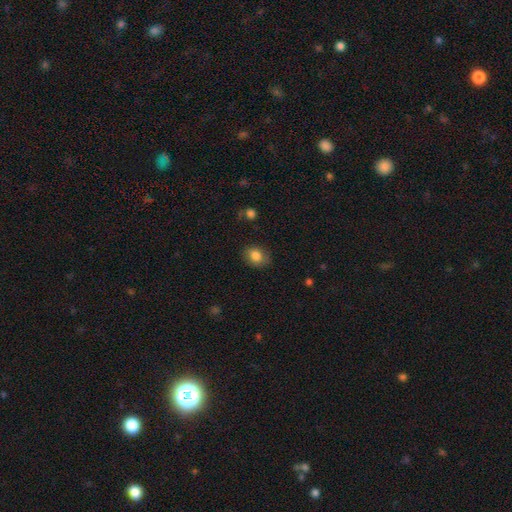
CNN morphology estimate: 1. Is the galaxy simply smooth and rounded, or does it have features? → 83% smooth, 9% star or artifact, 8% featured or disk.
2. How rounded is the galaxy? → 52% in between, 47% round, 1% cigar-shaped.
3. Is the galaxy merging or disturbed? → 80% none, 15% minor disturbance, 4% major disturbance, 1% merger.